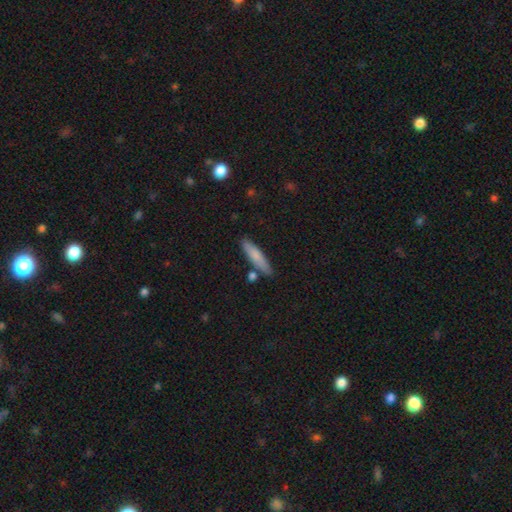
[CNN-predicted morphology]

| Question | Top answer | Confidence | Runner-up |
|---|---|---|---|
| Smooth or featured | smooth | 77% | featured or disk (18%) |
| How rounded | cigar-shaped | 82% | in between (17%) |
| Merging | none | 81% | minor disturbance (11%) |